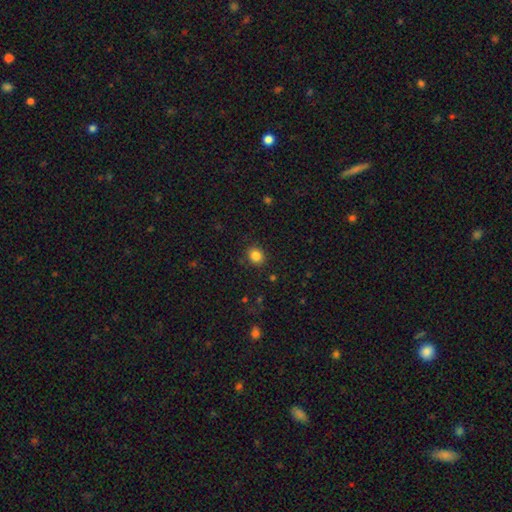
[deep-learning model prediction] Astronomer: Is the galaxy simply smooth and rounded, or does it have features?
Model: smooth — 84%.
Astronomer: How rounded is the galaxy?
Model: round — 67%.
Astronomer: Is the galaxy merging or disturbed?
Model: none — 88%.